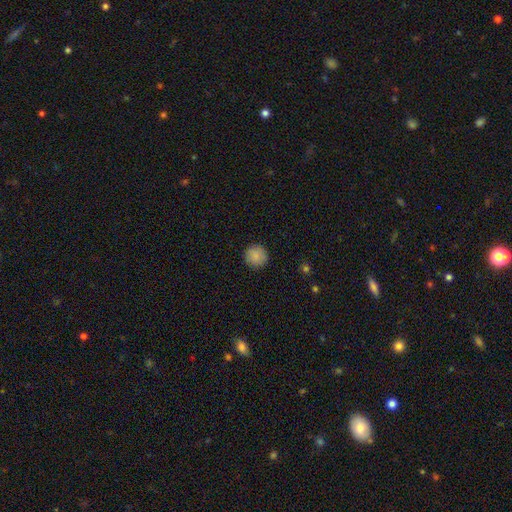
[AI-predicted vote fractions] Smooth or featured?
  - smooth: 87% *
  - star or artifact: 8%
  - featured or disk: 5%
How rounded?
  - round: 95% *
  - in between: 4%
  - cigar-shaped: 1%
Merging?
  - none: 91% *
  - minor disturbance: 7%
  - major disturbance: 2%
  - merger: 1%